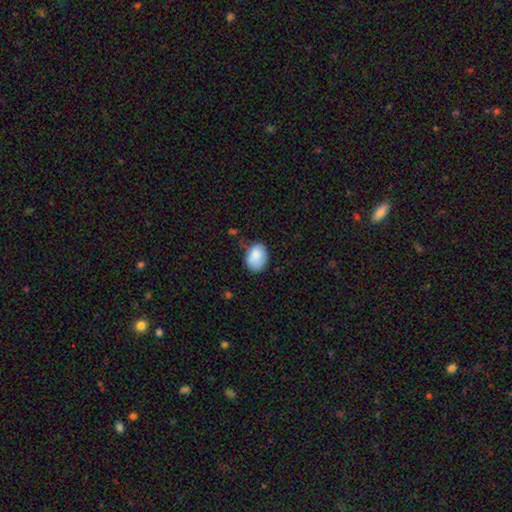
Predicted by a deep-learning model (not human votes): Smooth or featured? smooth (86%)
How rounded? in between (69%)
Merging? none (59%)